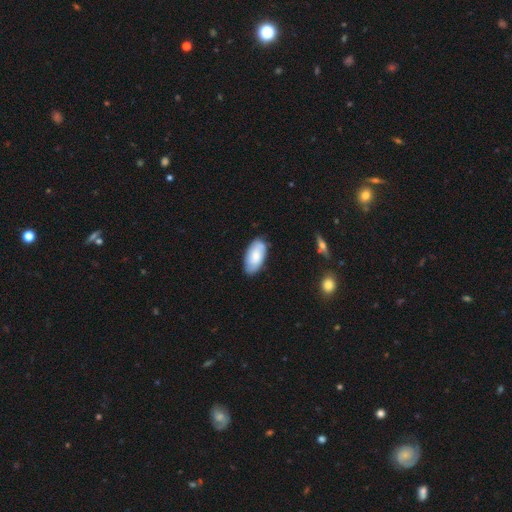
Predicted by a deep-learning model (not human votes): smooth_or_featured: smooth (p=0.73) [alt: featured or disk p=0.21]
how_rounded: in between (p=0.95) [alt: cigar-shaped p=0.03]
merging: none (p=0.80) [alt: minor disturbance p=0.16]